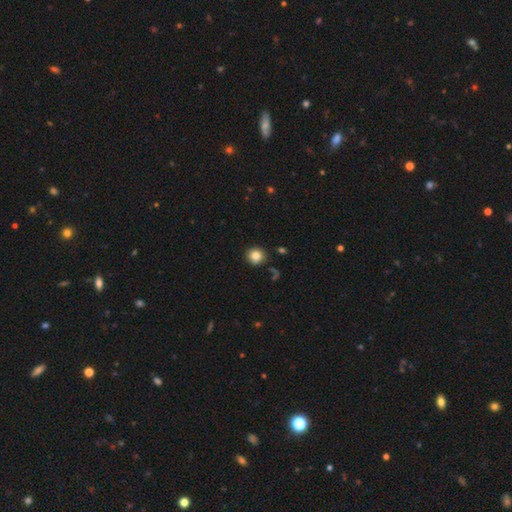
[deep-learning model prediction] Overall: smooth (83%). How rounded: round (89%). Merging: none (84%).